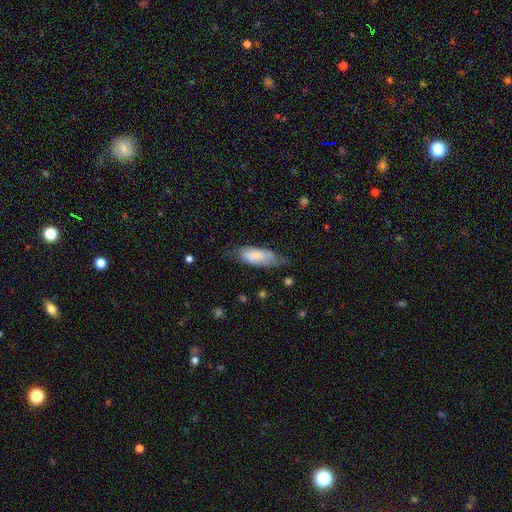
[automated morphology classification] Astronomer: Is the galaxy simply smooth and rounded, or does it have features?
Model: smooth — 76%.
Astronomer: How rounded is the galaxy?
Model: in between — 81%.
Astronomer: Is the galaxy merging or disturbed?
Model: none — 47% (runner-up: minor disturbance, 37%).